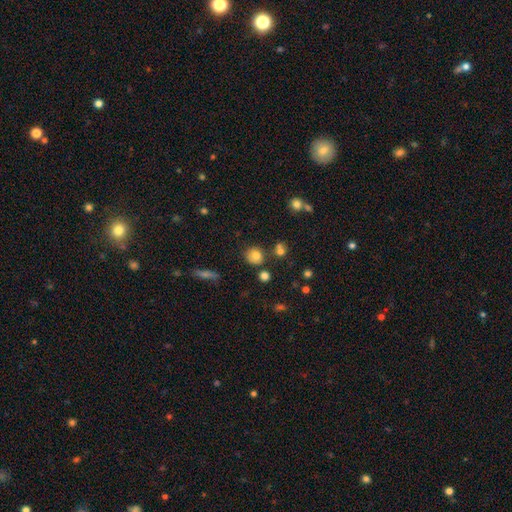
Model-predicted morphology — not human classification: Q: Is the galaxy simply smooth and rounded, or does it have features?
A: smooth — 77%.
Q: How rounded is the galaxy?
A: round — 84%.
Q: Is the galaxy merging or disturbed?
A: none — 76%.